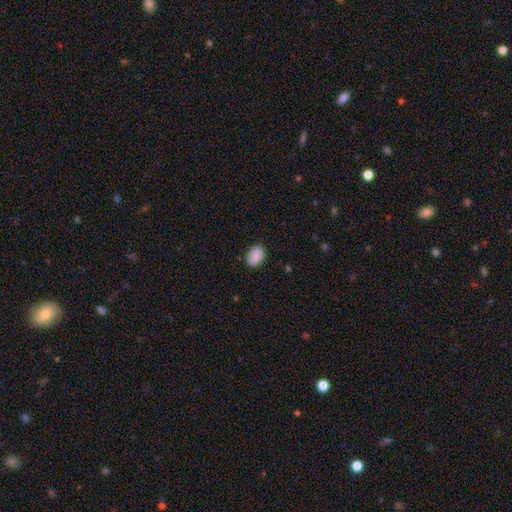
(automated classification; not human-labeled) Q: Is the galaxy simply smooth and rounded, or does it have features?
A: smooth — 89%.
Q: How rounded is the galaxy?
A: in between — 81%.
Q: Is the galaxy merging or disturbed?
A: none — 82%.